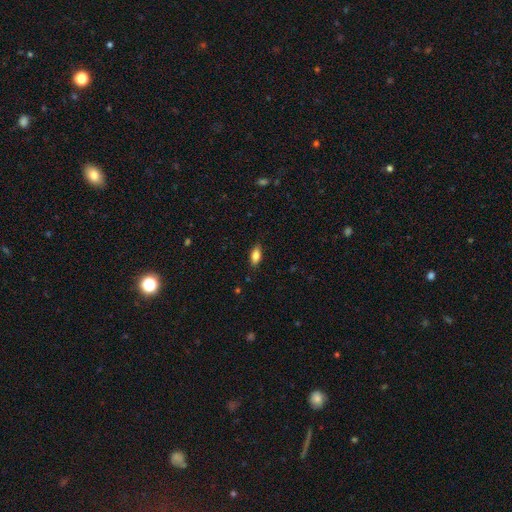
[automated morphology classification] This is clearly a smooth galaxy (83%). How rounded: clearly in between (84%). Merging: clearly none (86%).